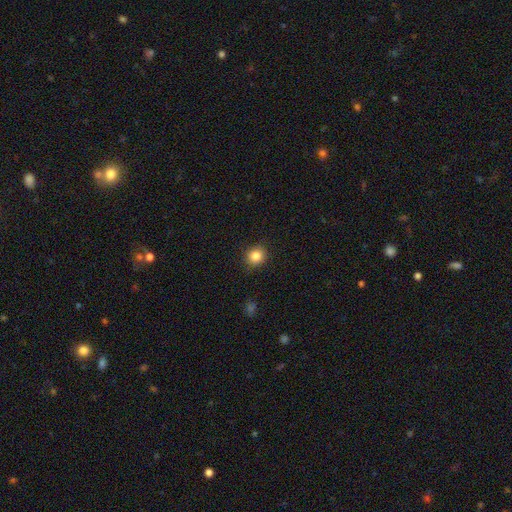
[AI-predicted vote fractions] Smooth or featured: smooth — 84% (star or artifact — 11%)
How rounded: round — 86% (in between — 13%)
Merging: none — 90% (minor disturbance — 7%)